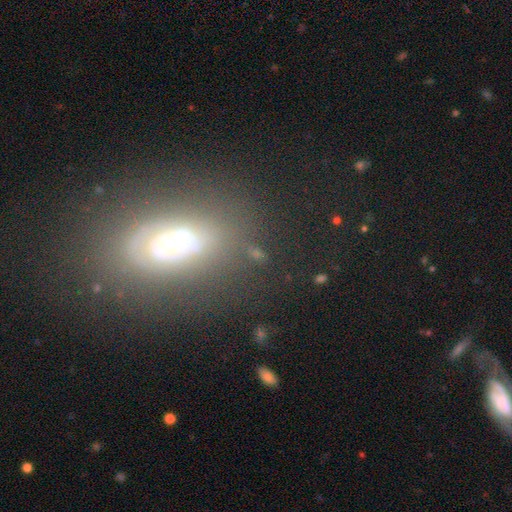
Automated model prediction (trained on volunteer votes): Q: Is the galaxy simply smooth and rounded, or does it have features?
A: featured or disk — 56%.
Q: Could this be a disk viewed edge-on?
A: no — 89%.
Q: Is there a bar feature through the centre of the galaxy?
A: no — 77%.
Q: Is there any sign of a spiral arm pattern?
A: yes — 59%.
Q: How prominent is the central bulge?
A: small — 50%.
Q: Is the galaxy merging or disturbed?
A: none — 66%.